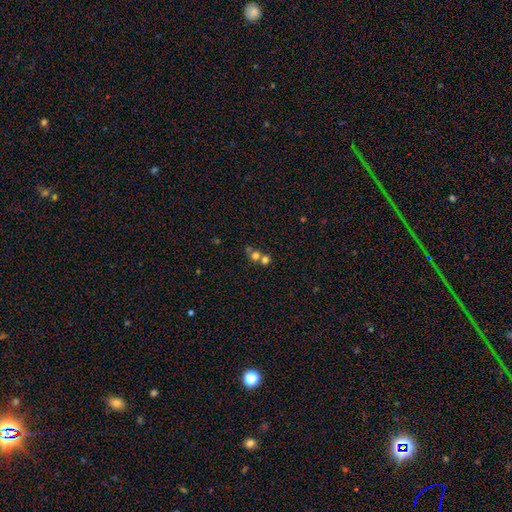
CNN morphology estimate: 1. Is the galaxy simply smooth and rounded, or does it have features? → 67% smooth, 19% star or artifact, 14% featured or disk.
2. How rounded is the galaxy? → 82% round, 17% in between, 1% cigar-shaped.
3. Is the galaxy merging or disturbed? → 48% merger, 43% none, 6% minor disturbance, 3% major disturbance.